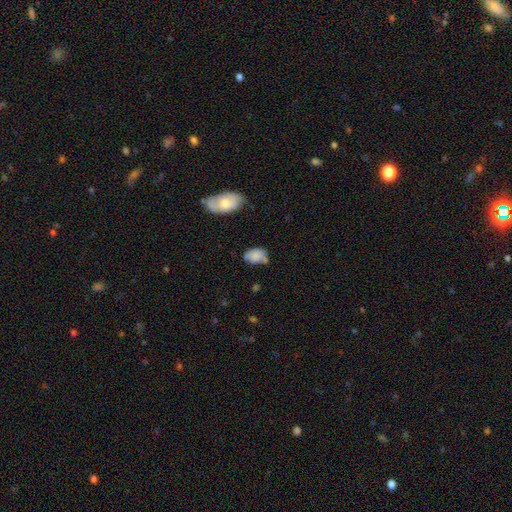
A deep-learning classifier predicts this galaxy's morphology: Smooth or featured? smooth (78%)
How rounded? in between (83%)
Merging? none (47%)